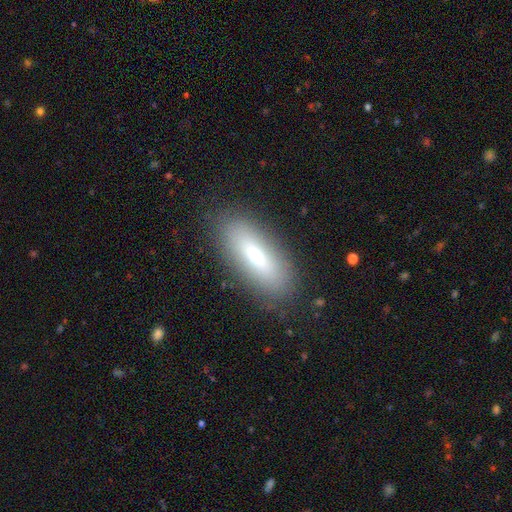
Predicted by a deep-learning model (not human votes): This is likely a smooth galaxy (66%). How rounded: likely in between (69%). Merging: clearly none (85%).